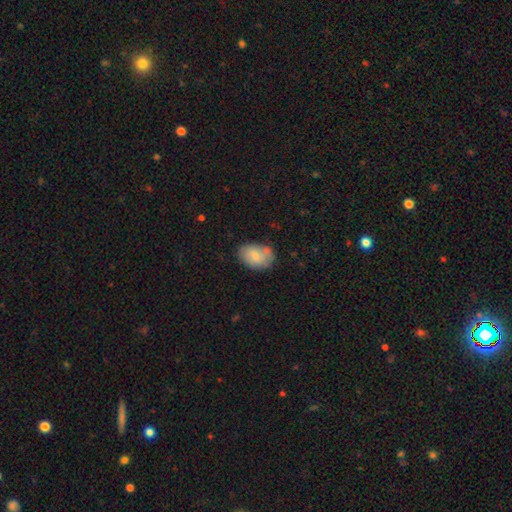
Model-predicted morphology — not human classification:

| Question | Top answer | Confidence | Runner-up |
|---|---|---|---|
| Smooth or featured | smooth | 71% | featured or disk (22%) |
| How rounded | in between | 82% | round (16%) |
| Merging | none | 65% | minor disturbance (23%) |